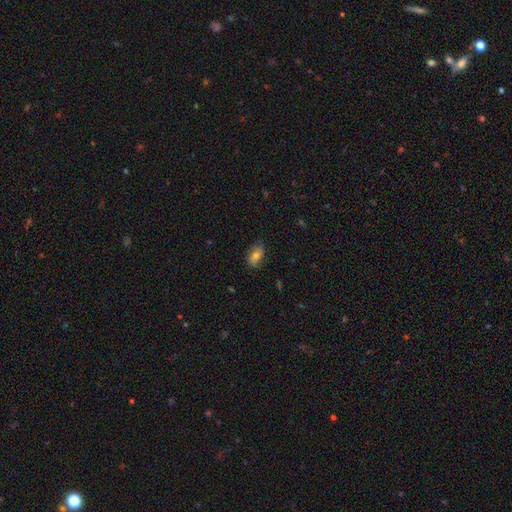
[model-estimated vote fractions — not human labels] The model was most divided on "smooth or featured": smooth: 62%, featured or disk: 28%, star or artifact: 9%. More confident: how rounded — in between (87%); merging — none (72%).